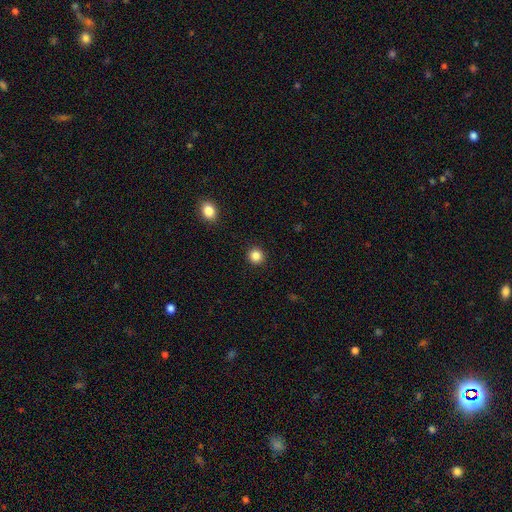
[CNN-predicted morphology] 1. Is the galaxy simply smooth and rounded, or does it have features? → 84% smooth, 12% star or artifact, 4% featured or disk.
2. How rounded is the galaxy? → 93% round, 6% in between, 1% cigar-shaped.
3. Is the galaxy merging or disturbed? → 92% none, 5% minor disturbance, 2% major disturbance, 1% merger.